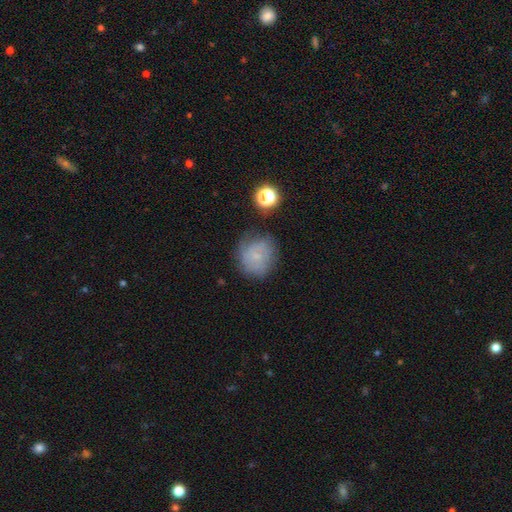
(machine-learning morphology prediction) Smooth or featured: smooth — 53% (featured or disk — 34%)
How rounded: round — 81% (in between — 18%)
Merging: none — 60% (minor disturbance — 25%)